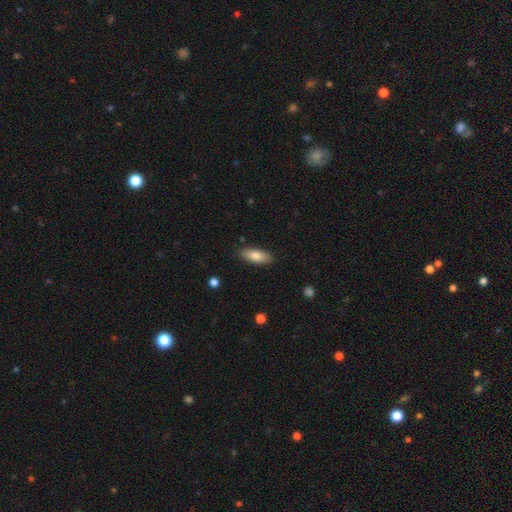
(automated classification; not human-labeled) smooth_or_featured: smooth (p=0.79) [alt: featured or disk p=0.15]
how_rounded: in between (p=0.72) [alt: cigar-shaped p=0.26]
merging: none (p=0.87) [alt: minor disturbance p=0.10]